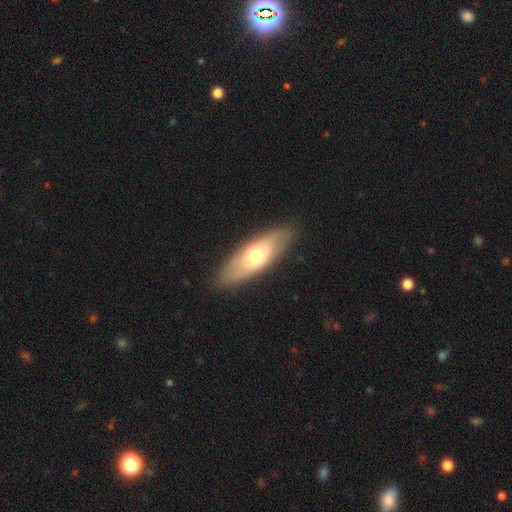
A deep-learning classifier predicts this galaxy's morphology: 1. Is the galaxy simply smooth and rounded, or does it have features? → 58% smooth, 37% featured or disk, 6% star or artifact.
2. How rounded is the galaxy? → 68% in between, 29% cigar-shaped, 3% round.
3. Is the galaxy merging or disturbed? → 87% none, 9% minor disturbance, 2% major disturbance, 1% merger.